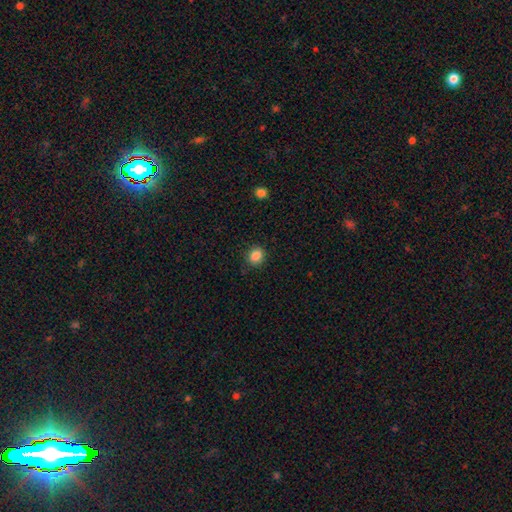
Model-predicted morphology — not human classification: smooth-or-featured: smooth: 86% | star or artifact: 10% | featured or disk: 4%
  how-rounded: round: 76% | in between: 24% | cigar-shaped: 1%
  merging: none: 87% | minor disturbance: 10% | major disturbance: 3% | merger: 1%